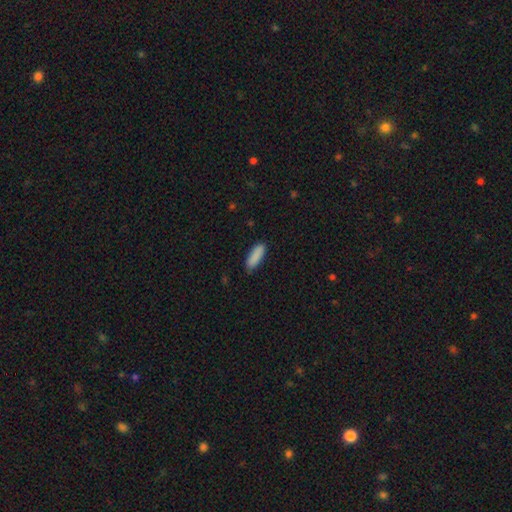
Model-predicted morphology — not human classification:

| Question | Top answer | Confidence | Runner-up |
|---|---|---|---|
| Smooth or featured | smooth | 89% | star or artifact (6%) |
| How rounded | in between | 56% | cigar-shaped (43%) |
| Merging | none | 84% | minor disturbance (13%) |